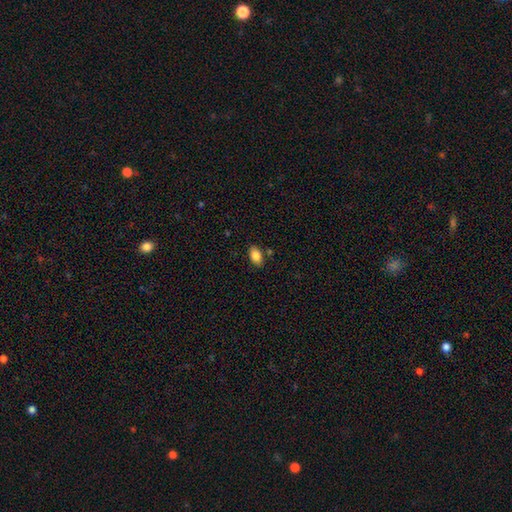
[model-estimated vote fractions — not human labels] Morphology: type=smooth (85%); roundness=in between (91%); merging=none (82%).